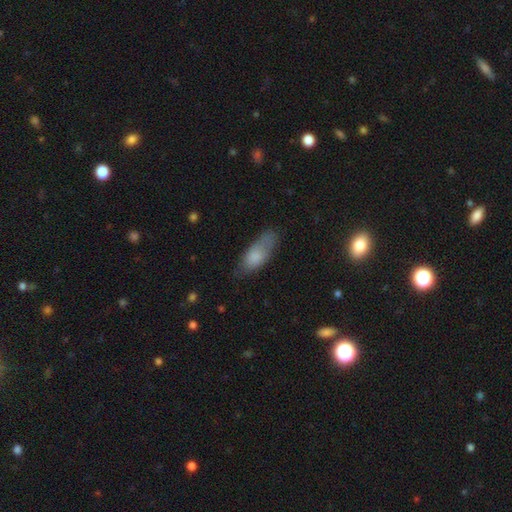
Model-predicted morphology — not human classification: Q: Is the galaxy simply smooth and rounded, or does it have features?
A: smooth — 76%.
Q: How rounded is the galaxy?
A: in between — 73%.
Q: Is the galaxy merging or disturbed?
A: none — 59%.